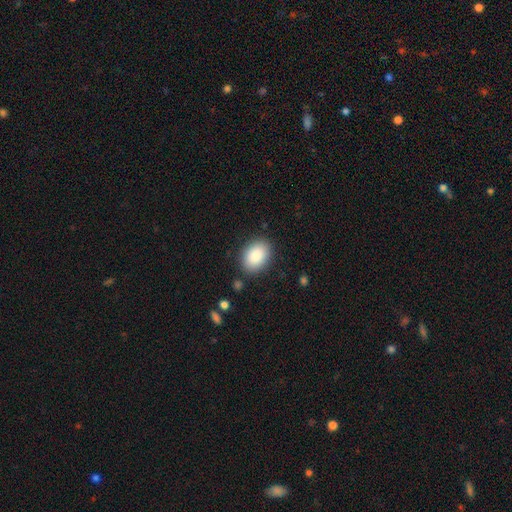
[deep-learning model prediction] Q: Smooth or featured?
A: smooth (89%); runner-up: star or artifact (7%)
Q: How rounded?
A: in between (82%); runner-up: round (17%)
Q: Merging?
A: none (86%); runner-up: minor disturbance (10%)